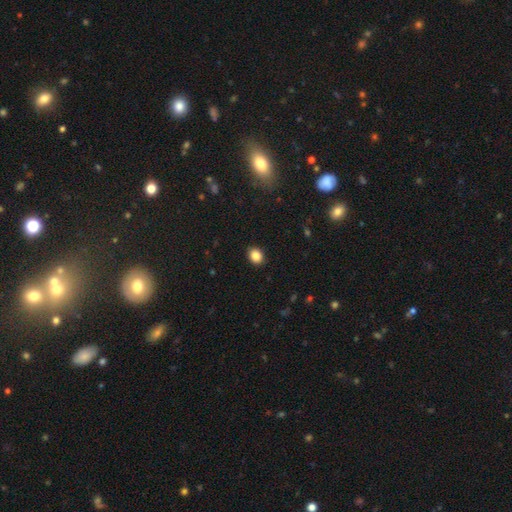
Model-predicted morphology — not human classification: The model was most divided on "how rounded": round: 53%, in between: 46%, cigar-shaped: 1%. More confident: merging — none (90%); smooth or featured — smooth (86%).